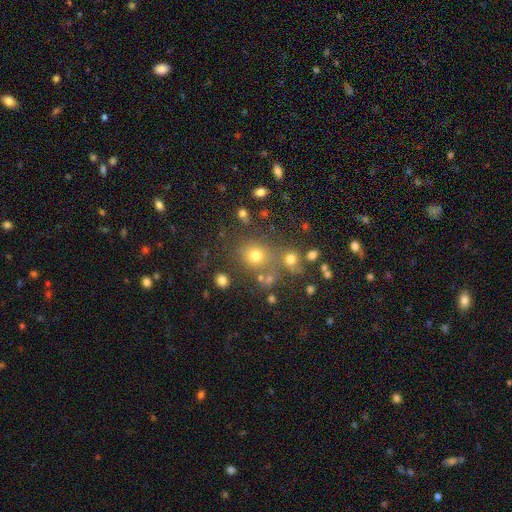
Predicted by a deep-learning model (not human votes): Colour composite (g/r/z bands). It shows a smooth galaxy with no disk features (70%) that is round (82%). Merging: none (67%).